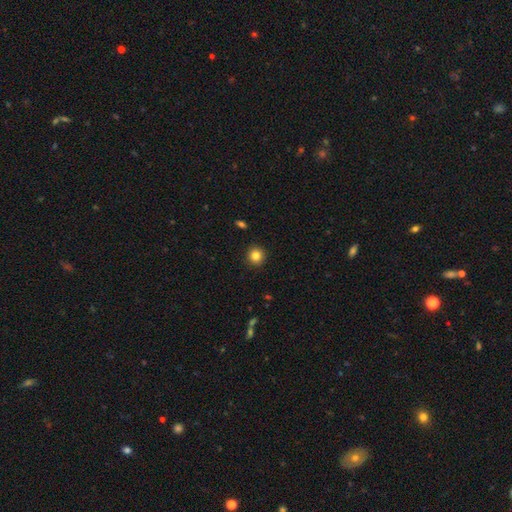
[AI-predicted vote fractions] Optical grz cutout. It shows a smooth galaxy with no disk features (83%) that is round (94%). Merging: none (92%).